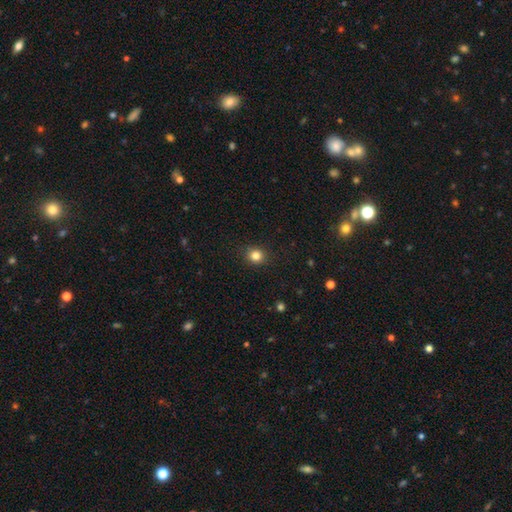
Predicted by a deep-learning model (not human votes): Smooth or featured: smooth — 84% (star or artifact — 12%)
How rounded: round — 81% (in between — 19%)
Merging: none — 89% (minor disturbance — 8%)